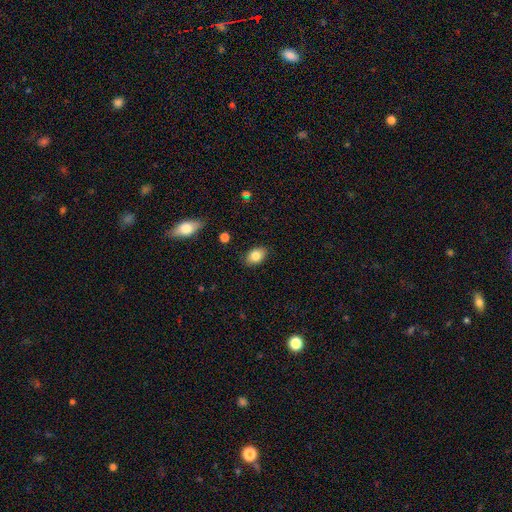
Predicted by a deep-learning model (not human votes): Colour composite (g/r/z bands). It shows a smooth galaxy with no disk features (84%) that is in between round and cigar-shaped (84%). Merging: none (85%).